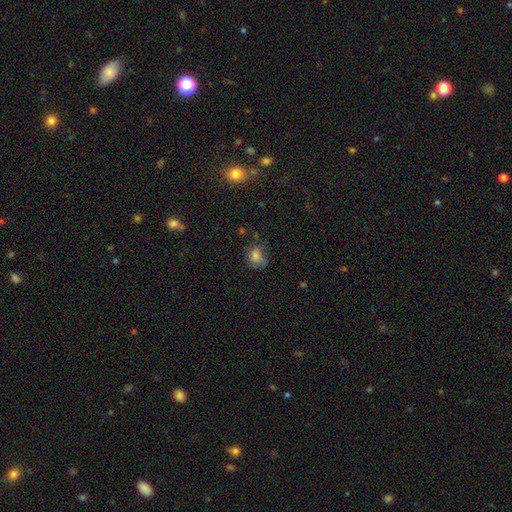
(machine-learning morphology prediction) type=smooth (77%); roundness=round (57%); merging=none (58%).